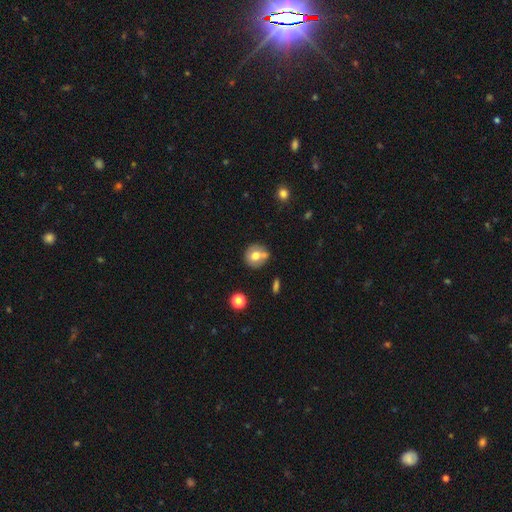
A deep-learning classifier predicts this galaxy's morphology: smooth 67%, featured or disk 24%, star or artifact 10%. Down the decision tree: how rounded — round (87%); merging — none (64%).